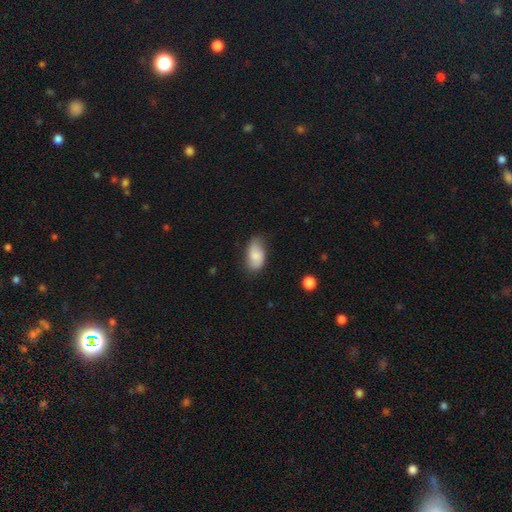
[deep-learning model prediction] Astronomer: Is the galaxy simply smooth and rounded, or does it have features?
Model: smooth — 79%.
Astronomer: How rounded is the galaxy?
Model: in between — 94%.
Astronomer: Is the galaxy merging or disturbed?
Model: none — 70%.